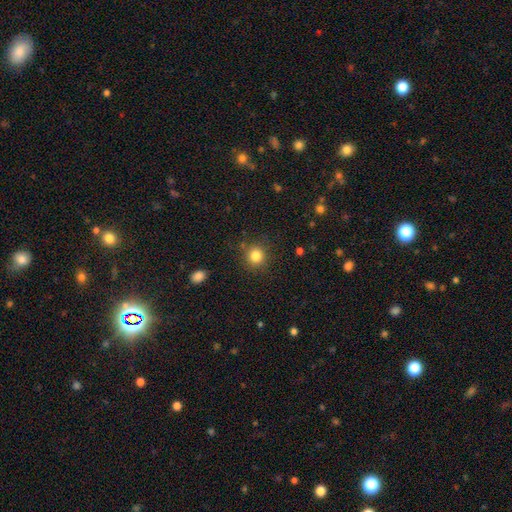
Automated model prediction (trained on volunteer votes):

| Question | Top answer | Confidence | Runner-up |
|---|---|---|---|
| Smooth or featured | smooth | 83% | star or artifact (12%) |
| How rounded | round | 90% | in between (9%) |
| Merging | none | 85% | minor disturbance (9%) |